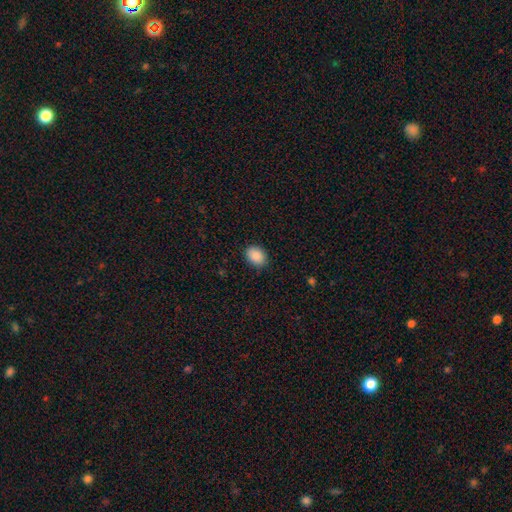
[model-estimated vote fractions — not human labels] A smooth galaxy with no disk features (89%) that is in between round and cigar-shaped (71%). Merging: none (86%).